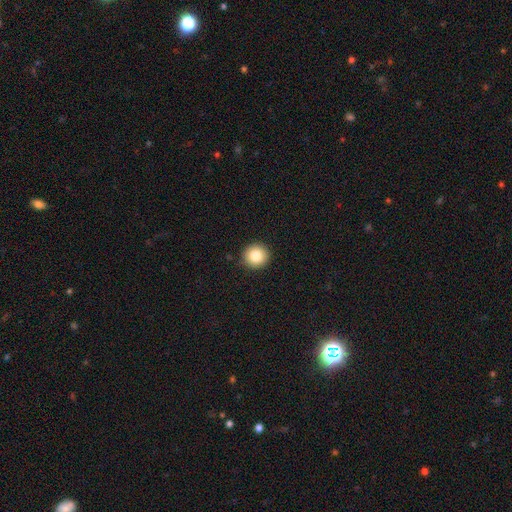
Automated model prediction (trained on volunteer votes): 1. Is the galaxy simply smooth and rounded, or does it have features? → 82% smooth, 10% star or artifact, 9% featured or disk.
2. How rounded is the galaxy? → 94% round, 5% in between, 1% cigar-shaped.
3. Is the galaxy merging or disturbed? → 92% none, 6% minor disturbance, 2% major disturbance, 1% merger.